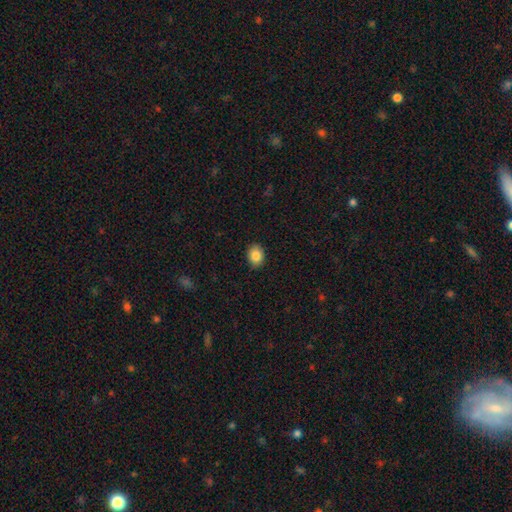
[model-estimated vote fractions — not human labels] The model was most divided on "how rounded": in between: 60%, round: 39%, cigar-shaped: 1%. More confident: merging — none (89%); smooth or featured — smooth (86%).